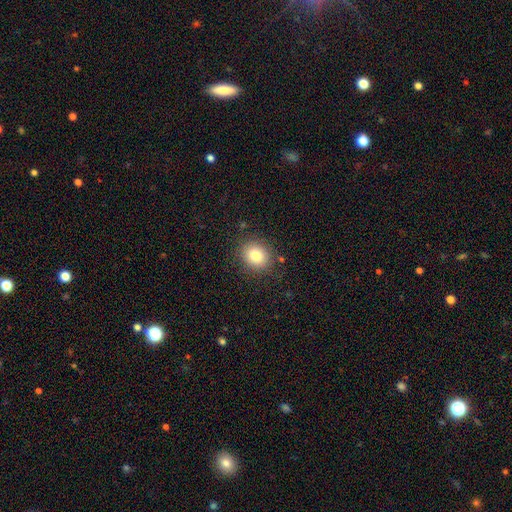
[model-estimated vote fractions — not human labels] Morphology: type=smooth (81%); roundness=round (69%); merging=none (86%).